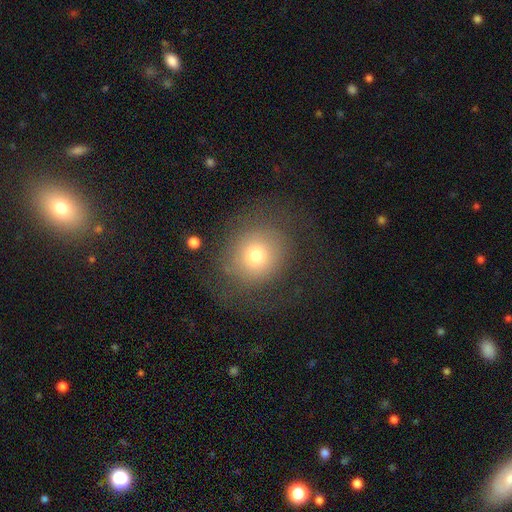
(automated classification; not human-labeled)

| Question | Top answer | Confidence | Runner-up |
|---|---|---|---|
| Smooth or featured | smooth | 69% | featured or disk (17%) |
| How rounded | round | 84% | in between (15%) |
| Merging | none | 69% | major disturbance (15%) |